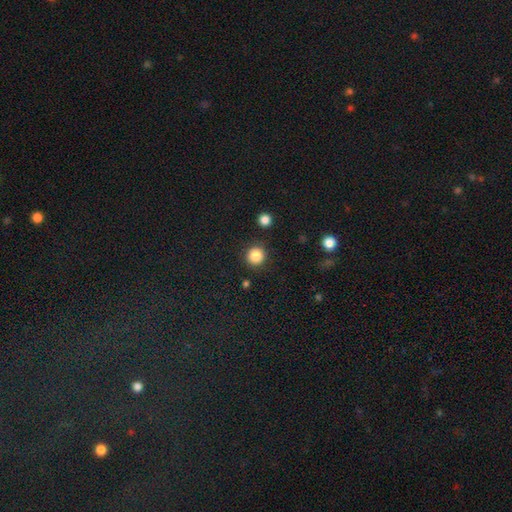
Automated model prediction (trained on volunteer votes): Smooth or featured?
  - smooth: 86% *
  - star or artifact: 10%
  - featured or disk: 4%
How rounded?
  - round: 92% *
  - in between: 7%
  - cigar-shaped: 1%
Merging?
  - none: 88% *
  - minor disturbance: 7%
  - major disturbance: 3%
  - merger: 2%